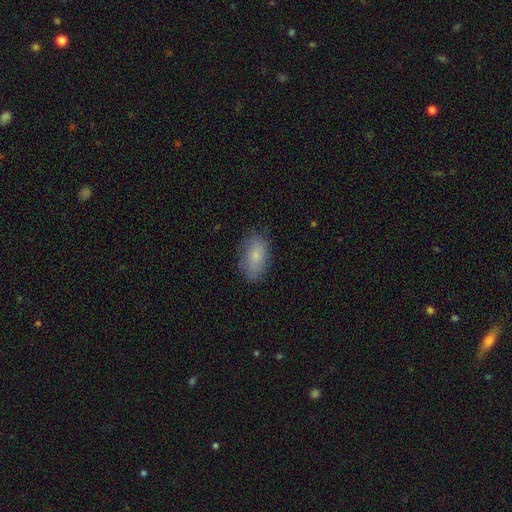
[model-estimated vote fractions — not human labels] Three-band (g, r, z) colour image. It shows a smooth galaxy with no disk features (77%) that is in between round and cigar-shaped (91%). Merging: none (77%).